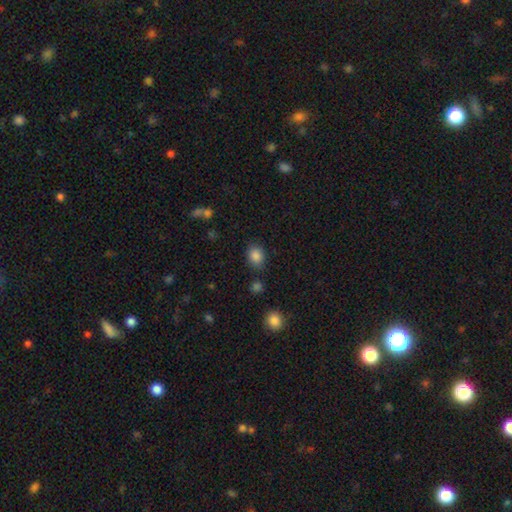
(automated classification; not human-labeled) A smooth galaxy with no disk features (85%) that is in between round and cigar-shaped (51%).

Vote fractions:
- Smooth or featured? smooth: 85% / star or artifact: 11% / featured or disk: 4%
- How rounded? in between: 51% / round: 48% / cigar-shaped: 1%
- Merging? none: 79% / minor disturbance: 13% / merger: 4% / major disturbance: 4%